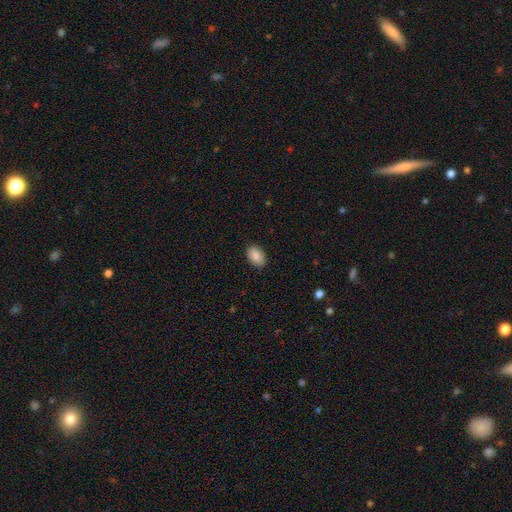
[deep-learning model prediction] Smooth or featured? Predicted: smooth (p=0.86). How rounded? Predicted: in between (p=0.87). Merging? Predicted: none (p=0.88).